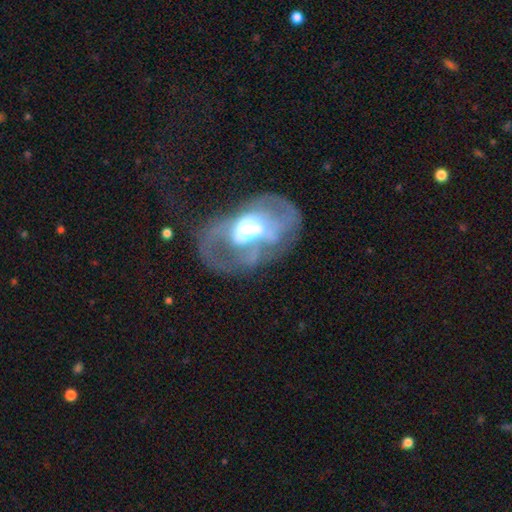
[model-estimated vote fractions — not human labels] Q: Smooth or featured?
A: featured or disk (74%); runner-up: smooth (16%)
Q: Edge-on disk?
A: no (94%); runner-up: yes (6%)
Q: Bar?
A: no (50%); runner-up: weak (31%)
Q: Spiral arms?
A: yes (58%); runner-up: no (42%)
Q: Bulge size?
A: moderate (63%); runner-up: large (24%)
Q: Merging?
A: none (43%); runner-up: major disturbance (33%)